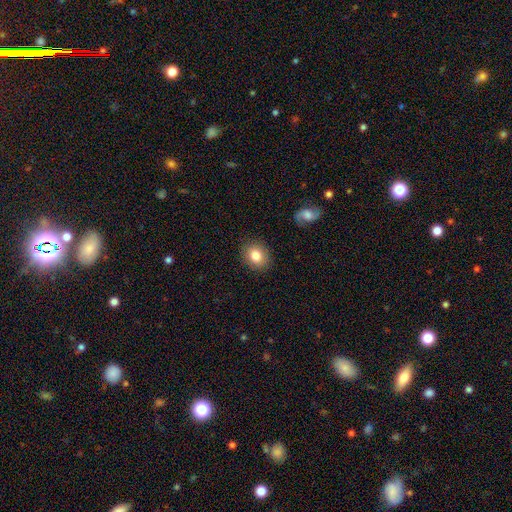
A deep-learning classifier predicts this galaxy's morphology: A smooth galaxy with no disk features (82%) that is round (61%).

Vote fractions:
- Smooth or featured? smooth: 82% / featured or disk: 9% / star or artifact: 9%
- How rounded? round: 61% / in between: 38% / cigar-shaped: 1%
- Merging? none: 88% / minor disturbance: 8% / major disturbance: 2% / merger: 1%